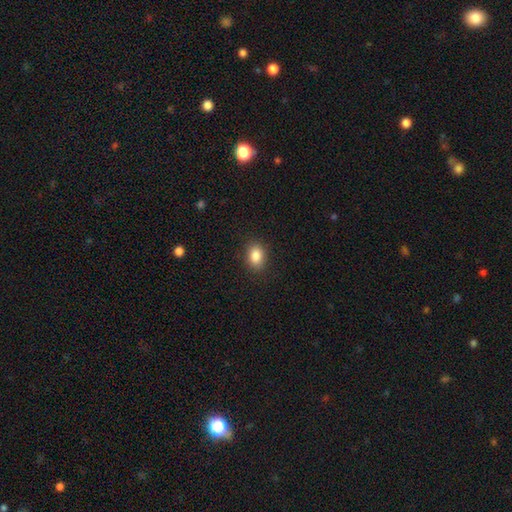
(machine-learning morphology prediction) A smooth galaxy with no disk features (87%) that is in between round and cigar-shaped (75%). Merging: none (88%).